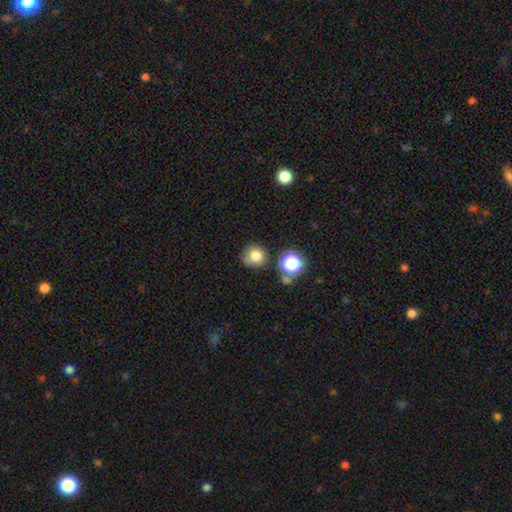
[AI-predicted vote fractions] Q: Smooth or featured?
A: smooth (77%); runner-up: star or artifact (13%)
Q: How rounded?
A: round (85%); runner-up: in between (14%)
Q: Merging?
A: none (68%); runner-up: minor disturbance (19%)